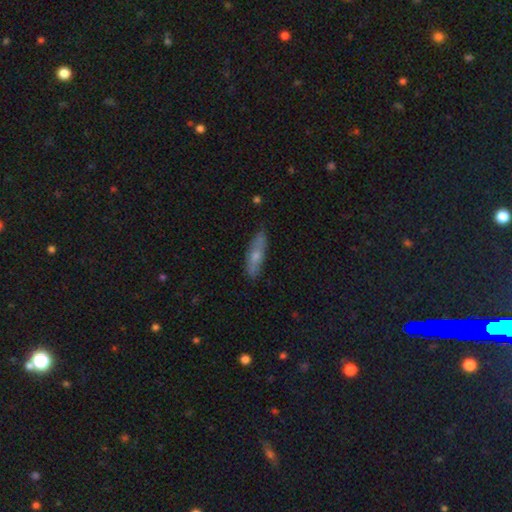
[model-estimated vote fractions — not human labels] This is possibly a smooth galaxy (56%). How rounded: likely cigar-shaped (68%). Merging: clearly none (83%).